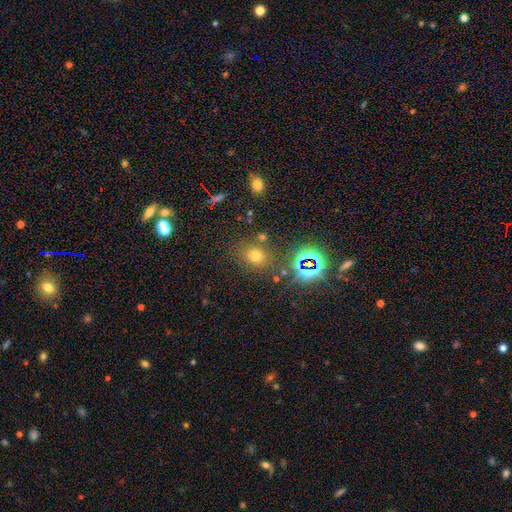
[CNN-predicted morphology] type=smooth (62%); roundness=round (61%); merging=none (76%).